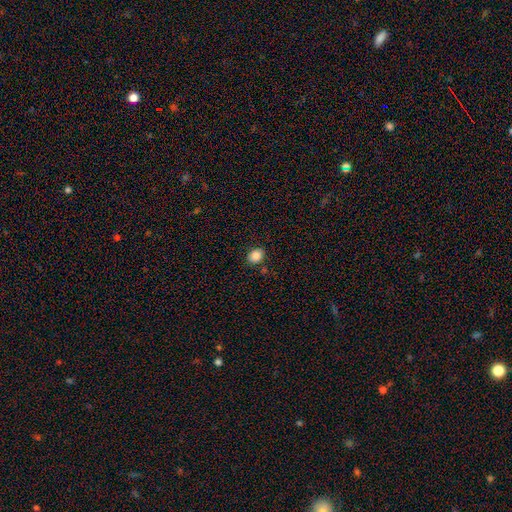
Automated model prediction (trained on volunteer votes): Morphology: type=smooth (85%); roundness=in between (51%); merging=none (84%).